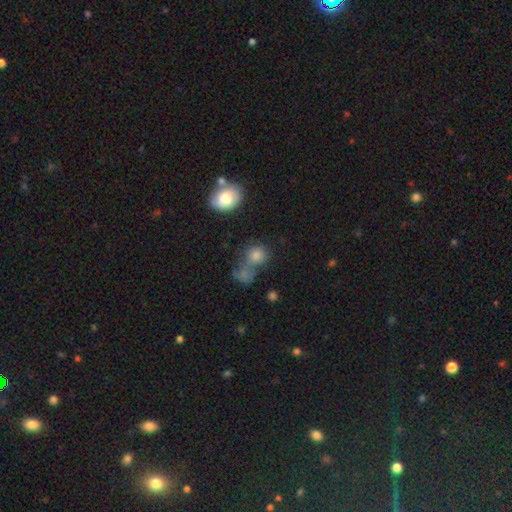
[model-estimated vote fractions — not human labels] Smooth or featured? Predicted: smooth (p=0.74). How rounded? Predicted: round (p=0.72). Merging? Predicted: none (p=0.48).